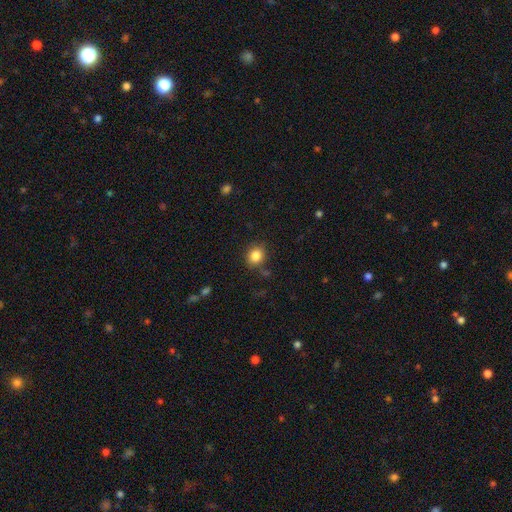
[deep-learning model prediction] A smooth galaxy with no disk features (84%) that is round (68%). Merging: none (83%).